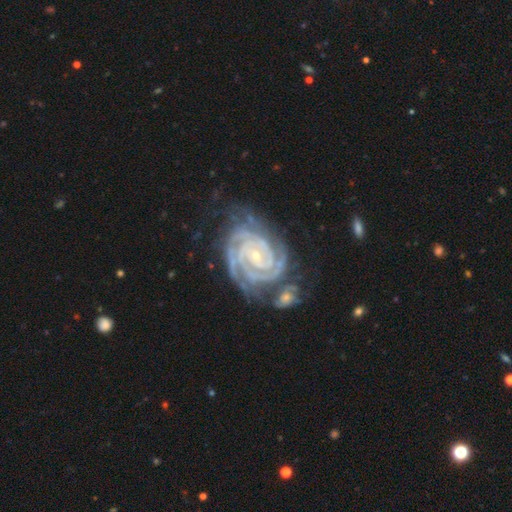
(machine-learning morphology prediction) The model was most divided on "spiral arm count": 2: 32%, 3: 29%, 4: 18%, can't tell: 9%, more than 4: 7%, 1: 6%. More confident: spiral arms — yes (99%); edge-on disk — no (98%); smooth or featured — featured or disk (93%); spiral winding — tight (86%); bulge size — small (80%); merging — none (59%); bar — no (58%).